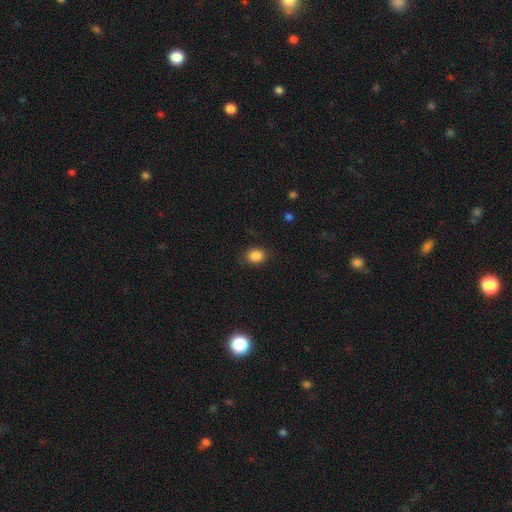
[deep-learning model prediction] Q: Smooth or featured?
A: smooth (86%); runner-up: star or artifact (10%)
Q: How rounded?
A: in between (52%); runner-up: round (47%)
Q: Merging?
A: none (84%); runner-up: minor disturbance (12%)